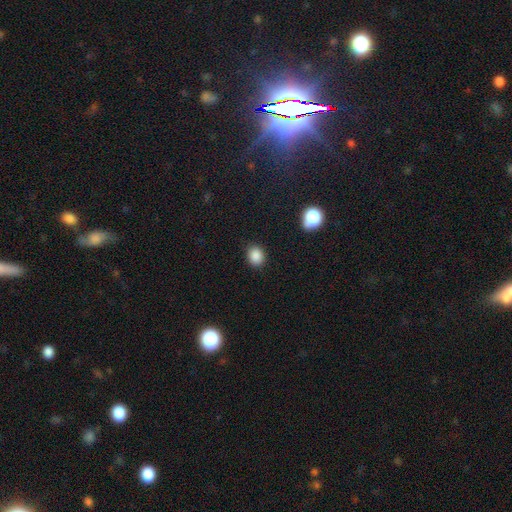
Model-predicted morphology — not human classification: smooth 87%, star or artifact 10%, featured or disk 3%. Down the decision tree: how rounded — round (61%); merging — none (87%).